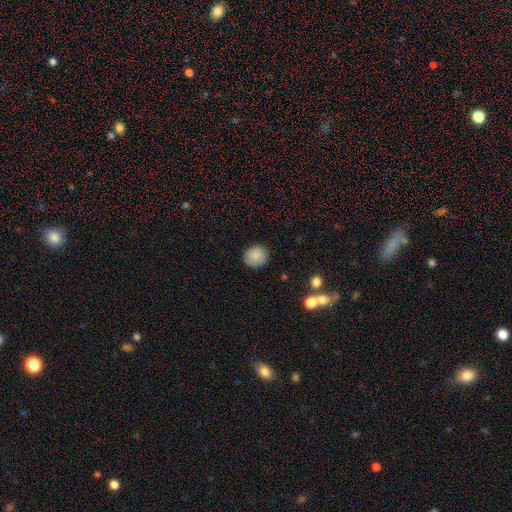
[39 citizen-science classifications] smooth_or_featured: smooth (p=1.00)
how_rounded: round (p=0.92) [alt: in between p=0.05]
merging: none (p=0.87) [alt: minor disturbance p=0.08]